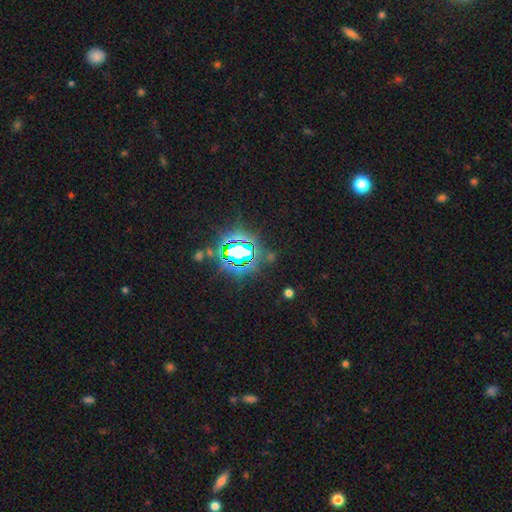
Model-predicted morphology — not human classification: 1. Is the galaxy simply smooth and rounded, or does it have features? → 84% star or artifact, 9% smooth, 6% featured or disk.